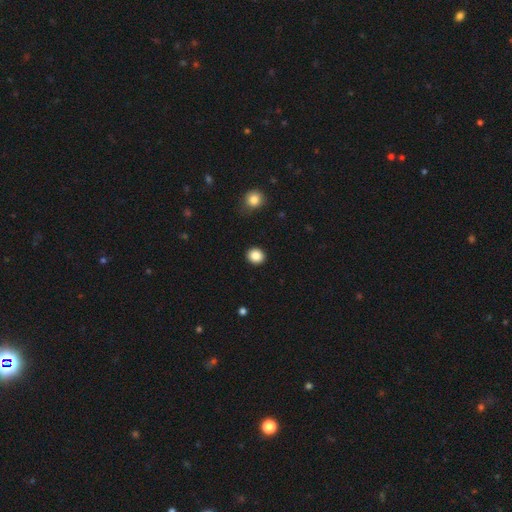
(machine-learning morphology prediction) A smooth galaxy with no disk features (87%) that is round (85%). Merging: none (91%).